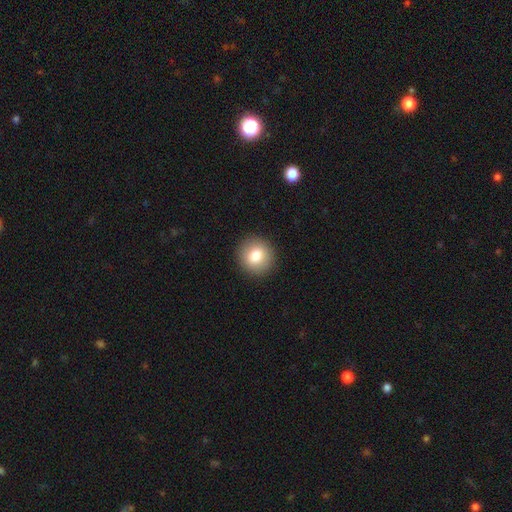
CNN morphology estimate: This is clearly a smooth galaxy (80%). How rounded: clearly round (91%). Merging: clearly none (92%).